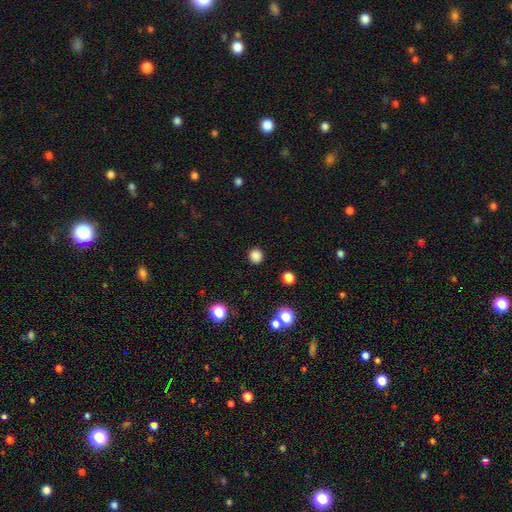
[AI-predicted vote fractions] Smooth or featured?
  - smooth: 84% *
  - star or artifact: 13%
  - featured or disk: 3%
How rounded?
  - round: 90% *
  - in between: 10%
  - cigar-shaped: 1%
Merging?
  - none: 91% *
  - minor disturbance: 6%
  - major disturbance: 2%
  - merger: 1%